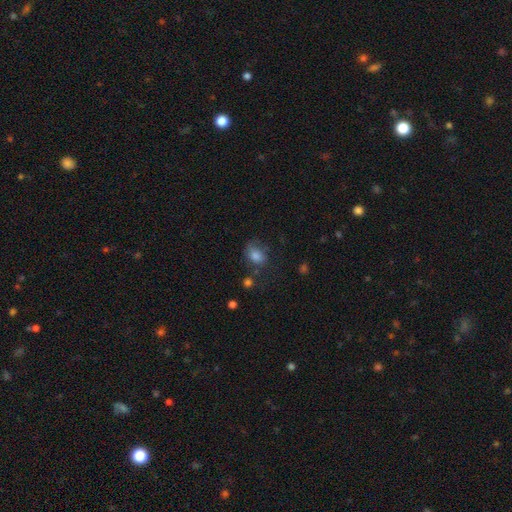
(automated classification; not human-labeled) Q: Smooth or featured?
A: smooth (78%); runner-up: featured or disk (11%)
Q: How rounded?
A: in between (68%); runner-up: round (31%)
Q: Merging?
A: none (49%); runner-up: minor disturbance (29%)